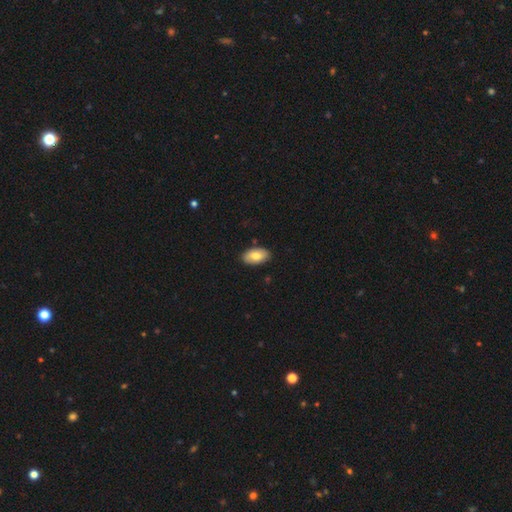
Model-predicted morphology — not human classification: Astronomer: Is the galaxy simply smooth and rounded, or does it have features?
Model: smooth — 75%.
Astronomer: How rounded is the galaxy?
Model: in between — 95%.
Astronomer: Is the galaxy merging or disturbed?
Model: none — 87%.